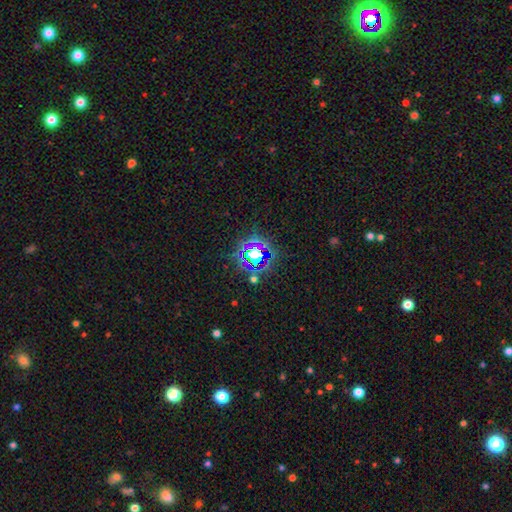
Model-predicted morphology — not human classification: Smooth or featured?
  - star or artifact: 67% *
  - smooth: 21%
  - featured or disk: 12%